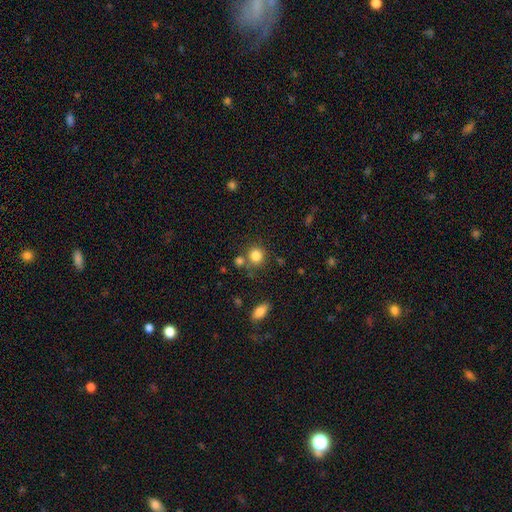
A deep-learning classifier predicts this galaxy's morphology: This is clearly a smooth galaxy (83%). How rounded: clearly round (87%). Merging: likely none (73%).